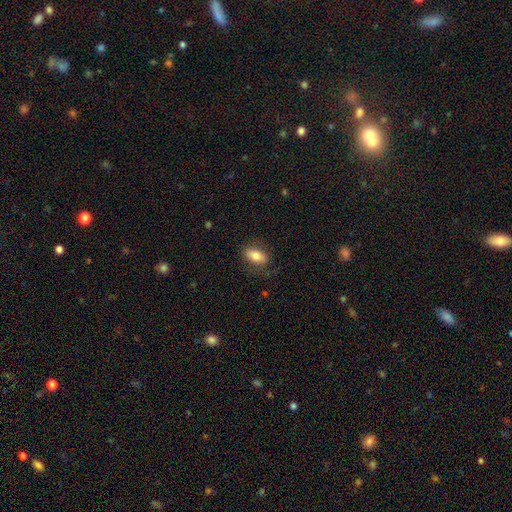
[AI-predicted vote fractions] Q: Smooth or featured?
A: smooth (77%); runner-up: featured or disk (16%)
Q: How rounded?
A: in between (86%); runner-up: cigar-shaped (9%)
Q: Merging?
A: none (78%); runner-up: minor disturbance (16%)